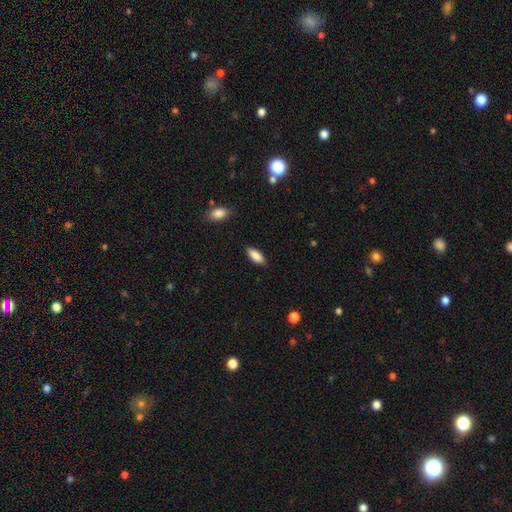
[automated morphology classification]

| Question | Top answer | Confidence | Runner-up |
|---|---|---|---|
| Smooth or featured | smooth | 86% | featured or disk (8%) |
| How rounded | in between | 80% | cigar-shaped (18%) |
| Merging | none | 86% | minor disturbance (11%) |